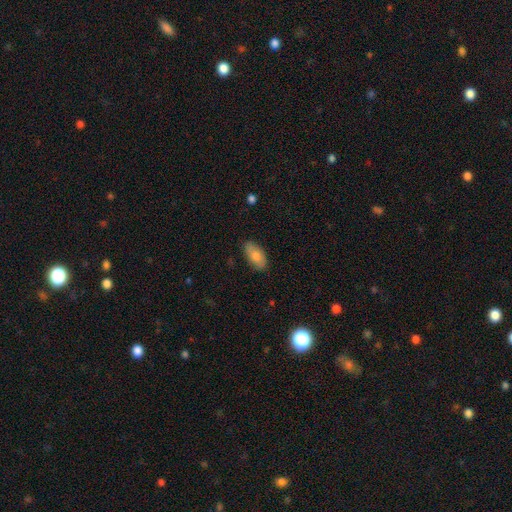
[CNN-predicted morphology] smooth_or_featured: smooth (p=0.81) [alt: featured or disk p=0.12]
how_rounded: in between (p=0.92) [alt: cigar-shaped p=0.05]
merging: none (p=0.84) [alt: minor disturbance p=0.12]